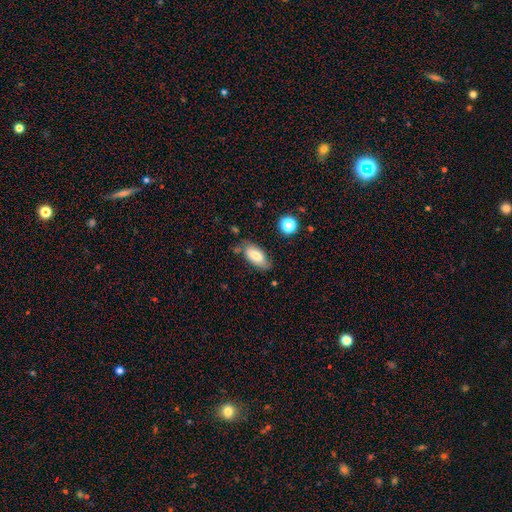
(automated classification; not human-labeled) A smooth galaxy with no disk features (73%) that is in between round and cigar-shaped (88%). Merging: none (71%).